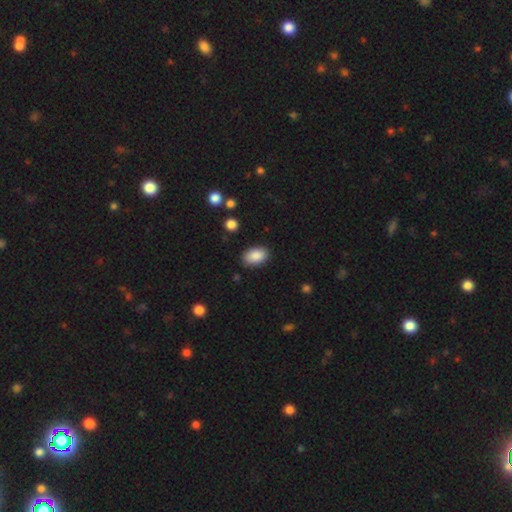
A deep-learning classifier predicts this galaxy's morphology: smooth_or_featured: smooth (p=0.88) [alt: star or artifact p=0.07]
how_rounded: in between (p=0.91) [alt: round p=0.08]
merging: none (p=0.86) [alt: minor disturbance p=0.11]